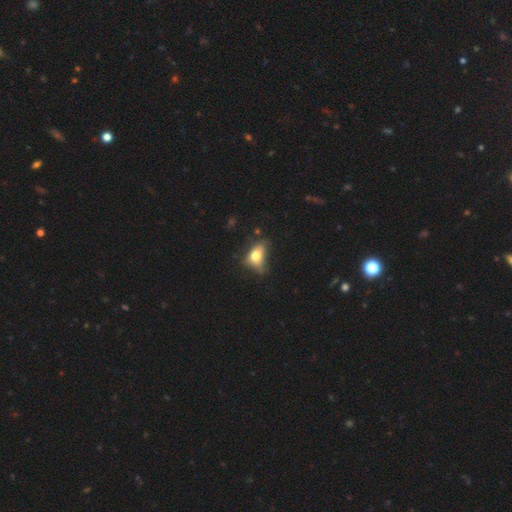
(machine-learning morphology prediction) smooth 70%, featured or disk 20%, star or artifact 11%. Down the decision tree: how rounded — in between (82%); merging — minor disturbance (34%).